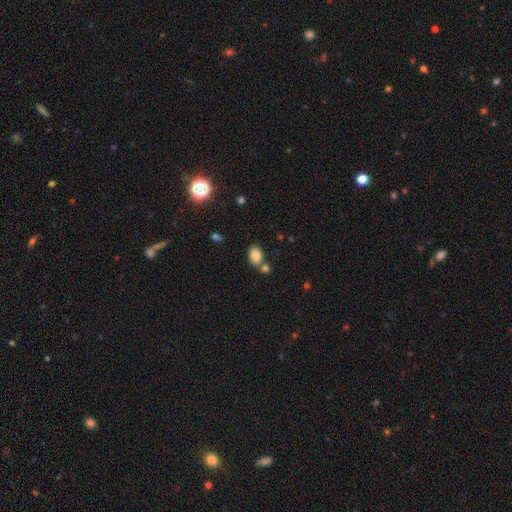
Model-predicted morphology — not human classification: Overall: smooth (84%). How rounded: in between (80%). Merging: none (64%).